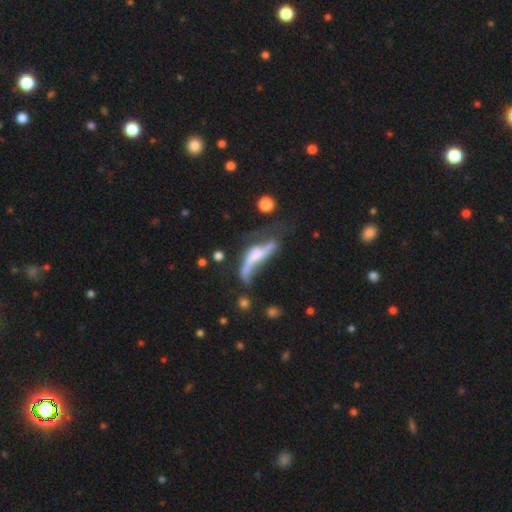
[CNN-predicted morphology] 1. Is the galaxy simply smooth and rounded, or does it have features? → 60% featured or disk, 30% smooth, 10% star or artifact.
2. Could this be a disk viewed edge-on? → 69% no, 31% yes.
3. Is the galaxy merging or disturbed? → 39% major disturbance, 24% merger, 21% none, 16% minor disturbance.